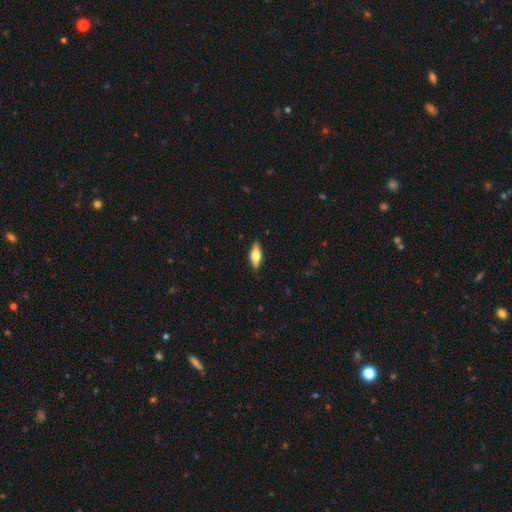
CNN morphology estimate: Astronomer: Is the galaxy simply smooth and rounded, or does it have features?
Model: smooth — 53% (runner-up: featured or disk, 41%).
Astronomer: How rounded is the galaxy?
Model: in between — 64%.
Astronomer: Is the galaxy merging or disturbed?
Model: none — 89%.